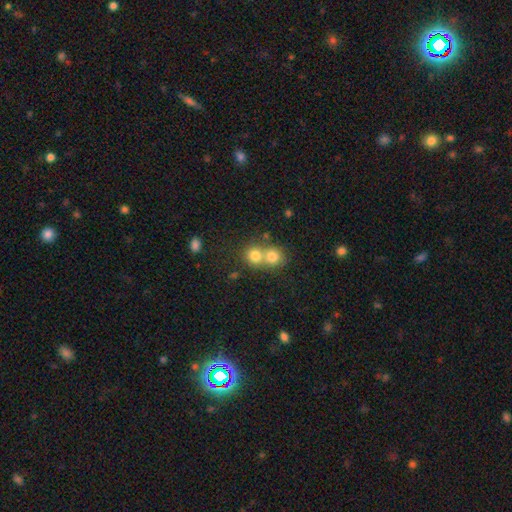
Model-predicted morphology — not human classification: Smooth or featured? smooth (77%)
How rounded? round (83%)
Merging? merger (59%)